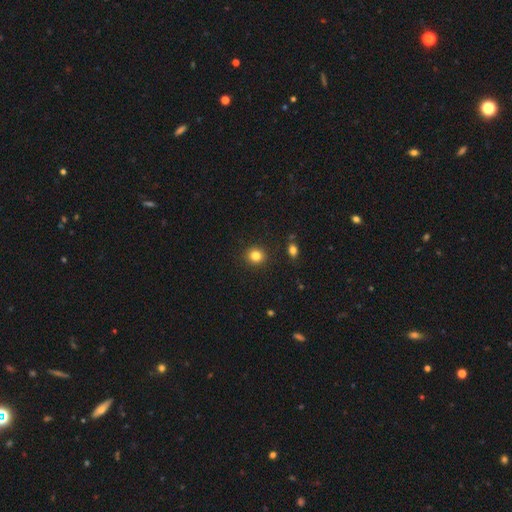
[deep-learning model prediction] Overall: smooth (83%). How rounded: round (83%). Merging: none (91%).